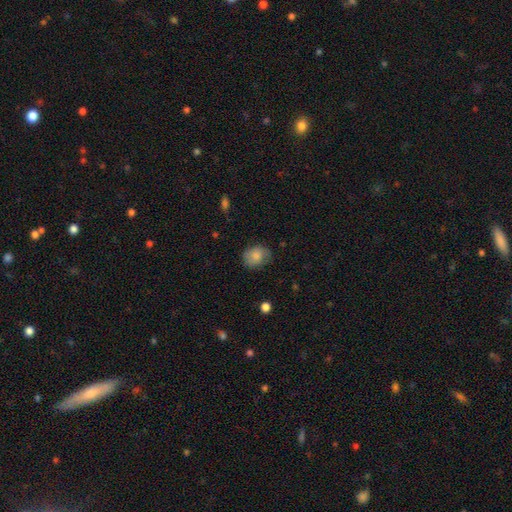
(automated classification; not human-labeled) smooth-or-featured: smooth: 78% | featured or disk: 14% | star or artifact: 8%
  how-rounded: round: 53% | in between: 46% | cigar-shaped: 1%
  merging: none: 69% | minor disturbance: 23% | major disturbance: 7% | merger: 1%